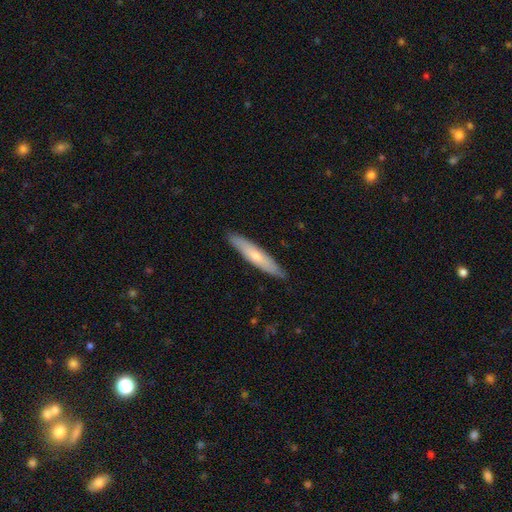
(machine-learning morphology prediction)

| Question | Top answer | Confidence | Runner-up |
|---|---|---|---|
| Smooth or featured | smooth | 58% | featured or disk (36%) |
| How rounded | cigar-shaped | 90% | in between (9%) |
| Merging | none | 89% | minor disturbance (9%) |